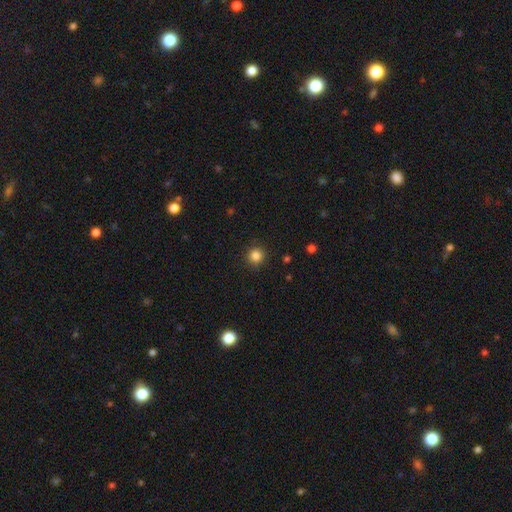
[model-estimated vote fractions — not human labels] smooth-or-featured: smooth: 84% | star or artifact: 12% | featured or disk: 4%
  how-rounded: round: 94% | in between: 5% | cigar-shaped: 1%
  merging: none: 91% | minor disturbance: 6% | major disturbance: 2% | merger: 1%